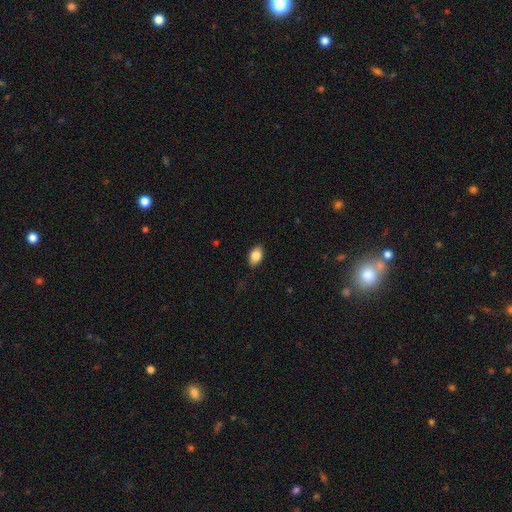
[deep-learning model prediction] A smooth galaxy with no disk features (85%) that is in between round and cigar-shaped (88%).

Vote fractions:
- Smooth or featured? smooth: 85% / star or artifact: 8% / featured or disk: 7%
- How rounded? in between: 88% / round: 11% / cigar-shaped: 2%
- Merging? none: 85% / minor disturbance: 11% / major disturbance: 2% / merger: 1%